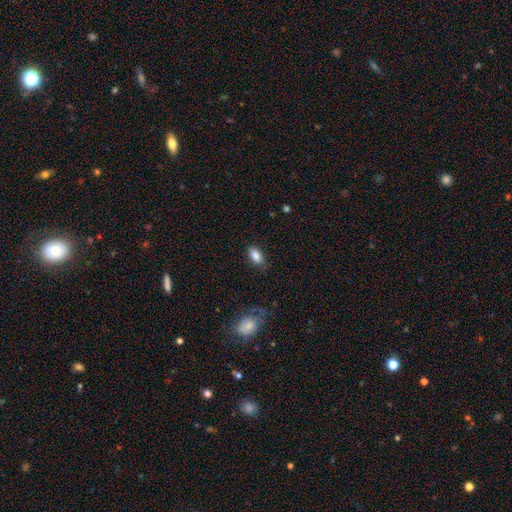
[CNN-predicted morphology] smooth_or_featured: smooth (p=0.85) [alt: star or artifact p=0.08]
how_rounded: in between (p=0.91) [alt: round p=0.05]
merging: none (p=0.82) [alt: minor disturbance p=0.13]